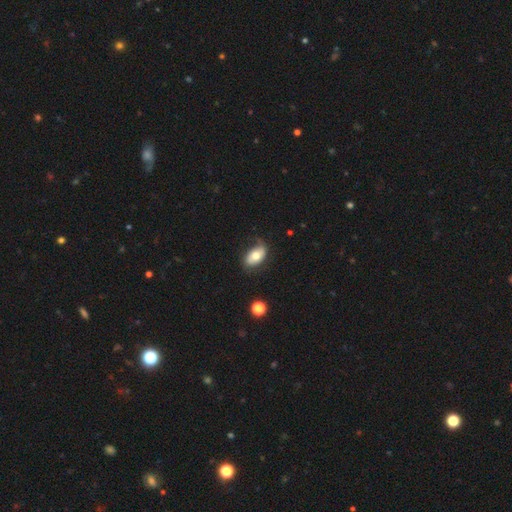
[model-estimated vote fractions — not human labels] This appears to be a smooth galaxy with no disk features (65%) that is in between round and cigar-shaped (92%). Merging: none (66%).